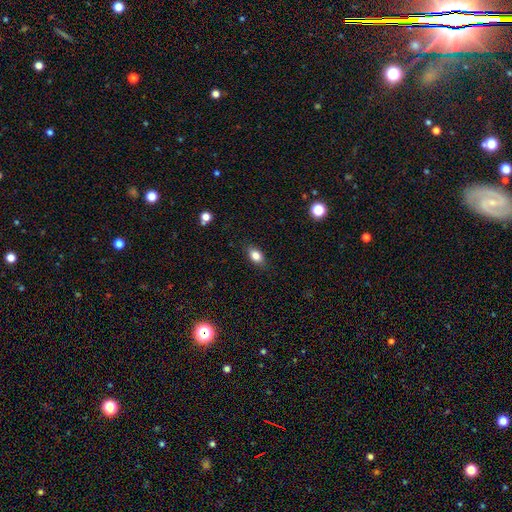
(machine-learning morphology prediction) Overall: smooth (82%). How rounded: in between (84%). Merging: none (85%).